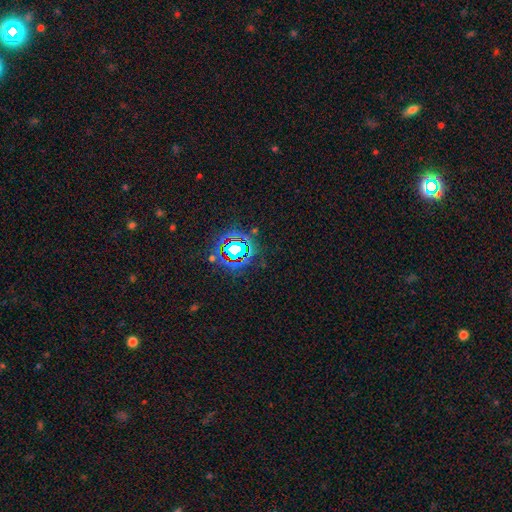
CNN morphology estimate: This appears to be a star or artifact, not a galaxy (80%).